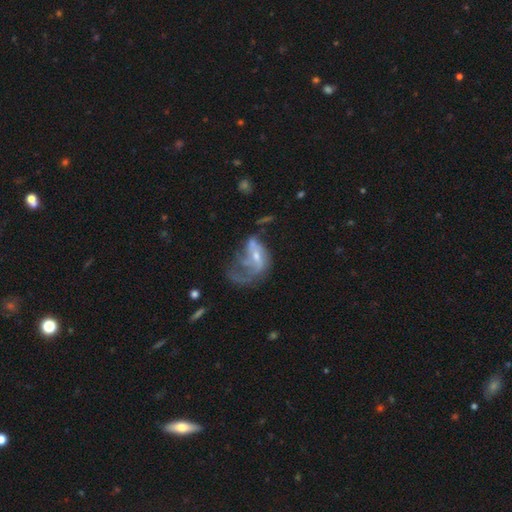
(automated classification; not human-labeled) This appears to be a featured or disk galaxy (69%) with no bar (50%), spiral arms (65%) and a small central bulge (49%). Merging: major disturbance (54%).